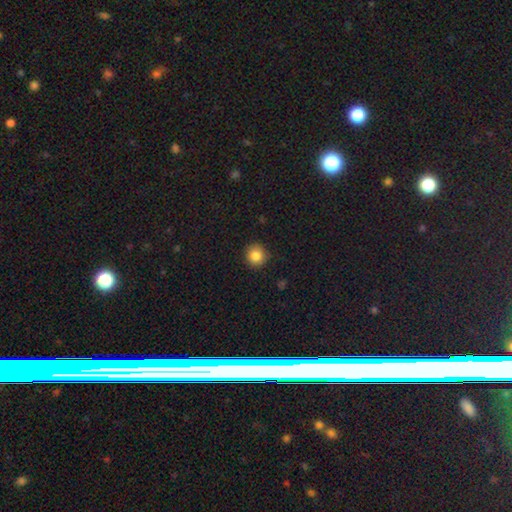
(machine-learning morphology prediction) This is clearly a smooth galaxy (85%). How rounded: clearly round (93%). Merging: clearly none (90%).